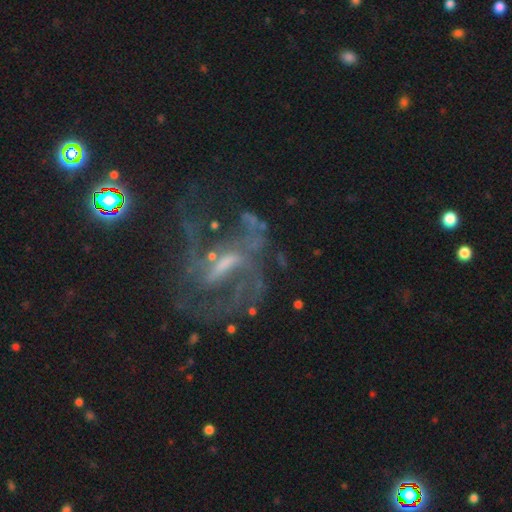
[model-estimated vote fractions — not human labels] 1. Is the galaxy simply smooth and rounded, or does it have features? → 70% featured or disk, 22% star or artifact, 8% smooth.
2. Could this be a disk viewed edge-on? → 94% no, 6% yes.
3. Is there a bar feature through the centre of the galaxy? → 43% weak, 31% strong, 26% no.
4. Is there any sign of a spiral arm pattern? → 73% yes, 27% no.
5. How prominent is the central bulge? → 50% small, 24% none, 22% moderate, 3% large, 1% dominant.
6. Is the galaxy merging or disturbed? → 50% none, 29% major disturbance, 16% minor disturbance, 5% merger.